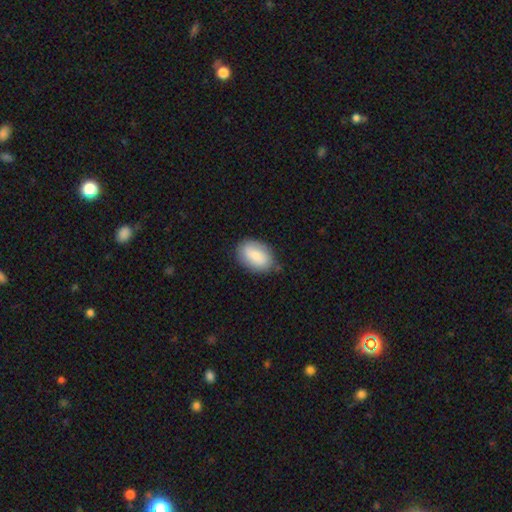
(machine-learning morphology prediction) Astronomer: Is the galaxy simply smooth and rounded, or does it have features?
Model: smooth — 81%.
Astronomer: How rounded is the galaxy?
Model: in between — 88%.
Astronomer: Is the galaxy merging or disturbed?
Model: none — 76%.